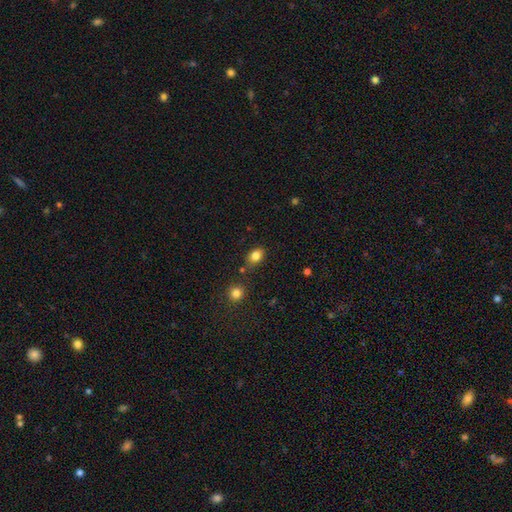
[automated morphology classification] This appears to be a smooth galaxy with no disk features (83%) that is in between round and cigar-shaped (70%). Merging: none (74%).